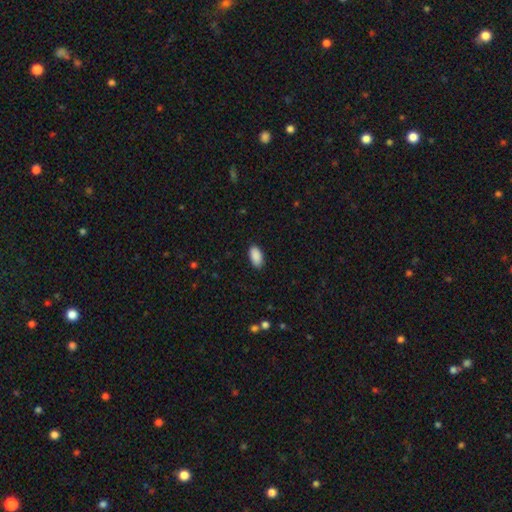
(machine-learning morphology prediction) Overall: smooth (90%). How rounded: in between (94%). Merging: none (88%).